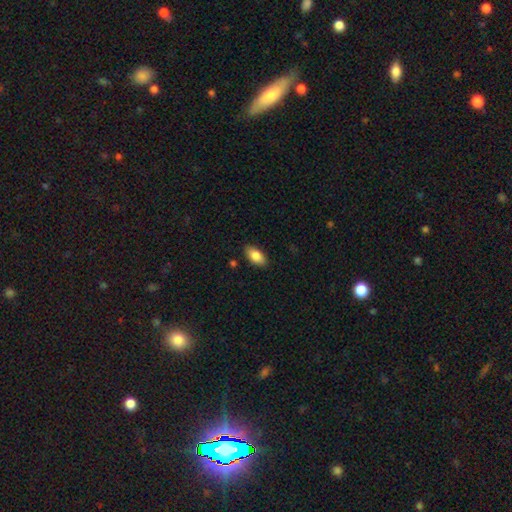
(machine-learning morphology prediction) This appears to be a smooth galaxy with no disk features (84%) that is in between round and cigar-shaped (92%). Merging: none (87%).